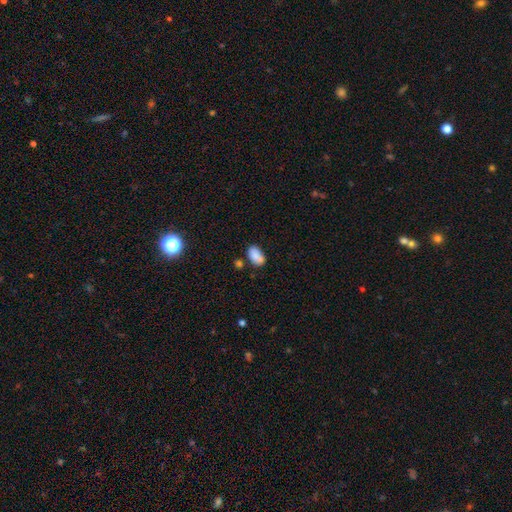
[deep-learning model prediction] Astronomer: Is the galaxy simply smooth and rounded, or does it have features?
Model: smooth — 85%.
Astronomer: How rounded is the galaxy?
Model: in between — 92%.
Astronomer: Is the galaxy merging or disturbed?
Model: none — 67%.